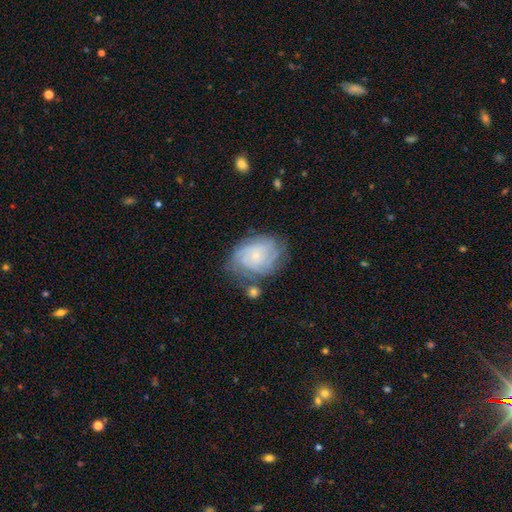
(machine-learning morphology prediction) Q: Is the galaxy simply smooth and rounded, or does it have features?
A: featured or disk — 65%.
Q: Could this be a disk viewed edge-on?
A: no — 97%.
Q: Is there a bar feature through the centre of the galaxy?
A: no — 81%.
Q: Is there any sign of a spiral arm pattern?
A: yes — 85%.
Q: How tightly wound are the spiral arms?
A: tight — 65%.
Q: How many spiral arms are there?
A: can't tell — 48%.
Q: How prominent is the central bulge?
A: small — 81%.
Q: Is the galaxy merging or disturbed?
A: none — 60%.